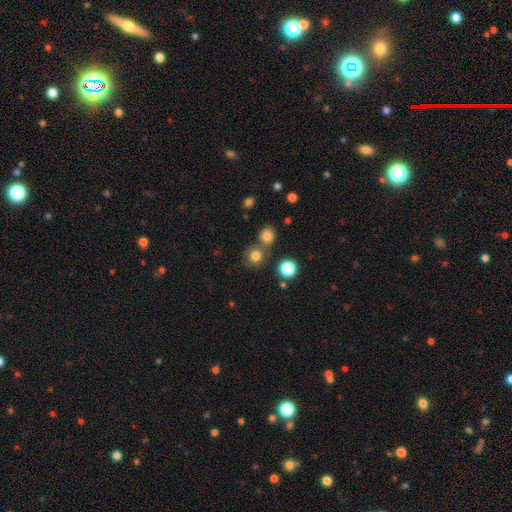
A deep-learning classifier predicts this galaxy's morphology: The model was most divided on "merging": none: 61%, merger: 27%, minor disturbance: 9%, major disturbance: 4%. More confident: how rounded — round (86%); smooth or featured — smooth (78%).